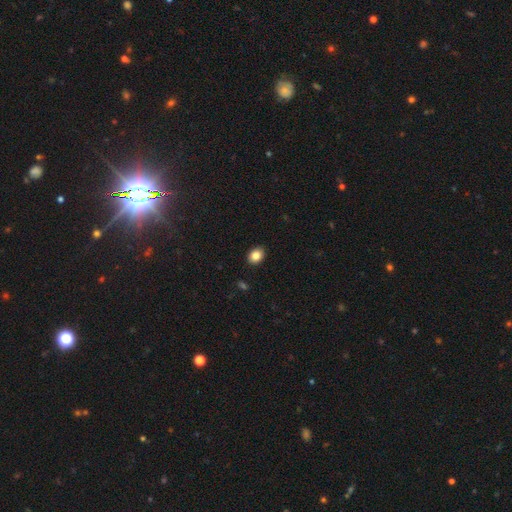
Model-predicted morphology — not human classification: Smooth or featured?
  - smooth: 85% *
  - star or artifact: 9%
  - featured or disk: 6%
How rounded?
  - in between: 58% *
  - round: 41%
  - cigar-shaped: 1%
Merging?
  - none: 90% *
  - minor disturbance: 8%
  - major disturbance: 2%
  - merger: 1%